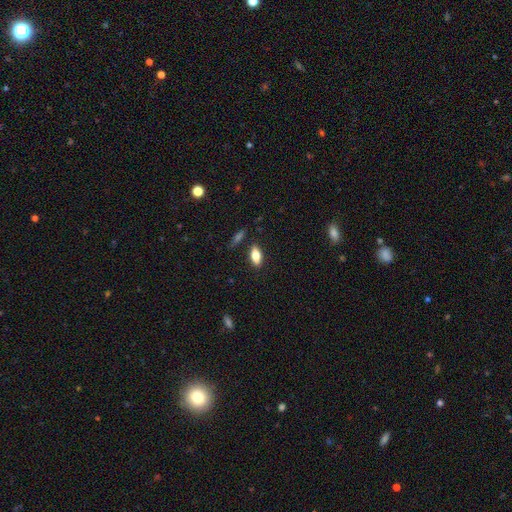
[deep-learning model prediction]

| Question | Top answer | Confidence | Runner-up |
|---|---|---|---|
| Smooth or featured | smooth | 76% | featured or disk (16%) |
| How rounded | in between | 85% | cigar-shaped (11%) |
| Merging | none | 85% | minor disturbance (10%) |